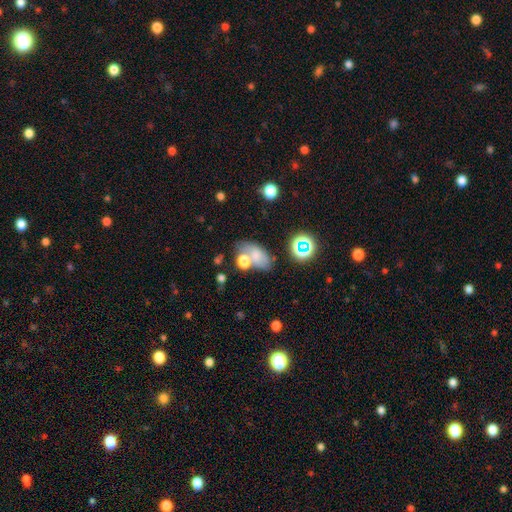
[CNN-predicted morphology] Smooth or featured? Predicted: smooth (p=0.65). How rounded? Predicted: in between (p=0.84). Merging? Predicted: none (p=0.45).